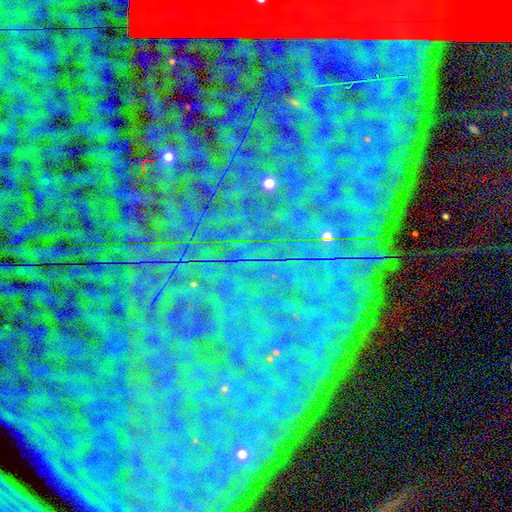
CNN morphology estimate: The model was most divided on "smooth or featured": star or artifact: 86%, featured or disk: 7%, smooth: 7%.